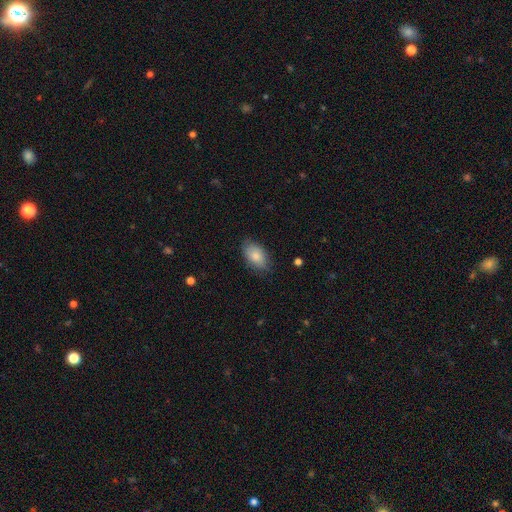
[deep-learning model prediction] The model was most divided on "merging": none: 81%, minor disturbance: 15%, major disturbance: 3%, merger: 1%. More confident: how rounded — in between (92%); smooth or featured — smooth (83%).